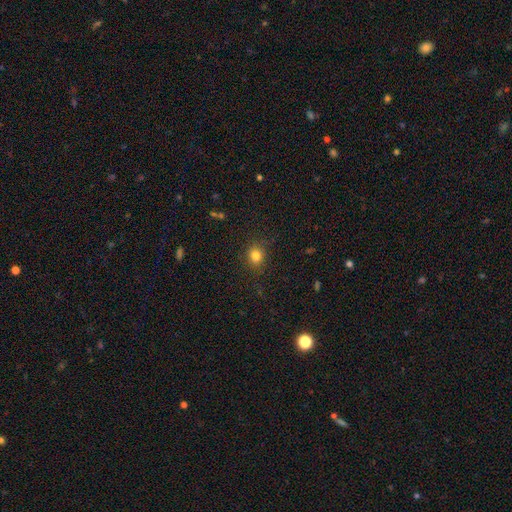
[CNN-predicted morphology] Overall: smooth (82%). How rounded: round (73%). Merging: none (86%).